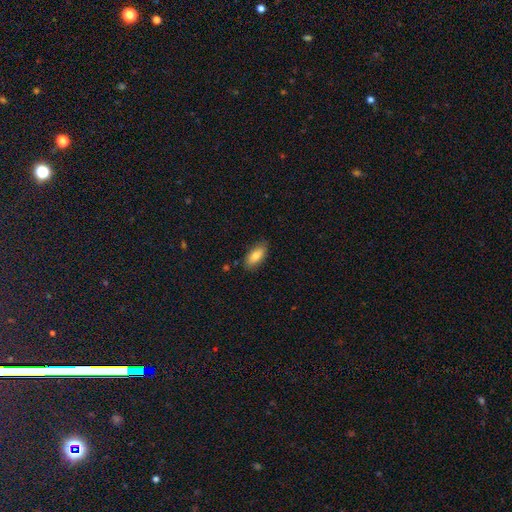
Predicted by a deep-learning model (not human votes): smooth_or_featured: smooth (p=0.81) [alt: featured or disk p=0.12]
how_rounded: in between (p=0.87) [alt: cigar-shaped p=0.11]
merging: none (p=0.82) [alt: minor disturbance p=0.14]